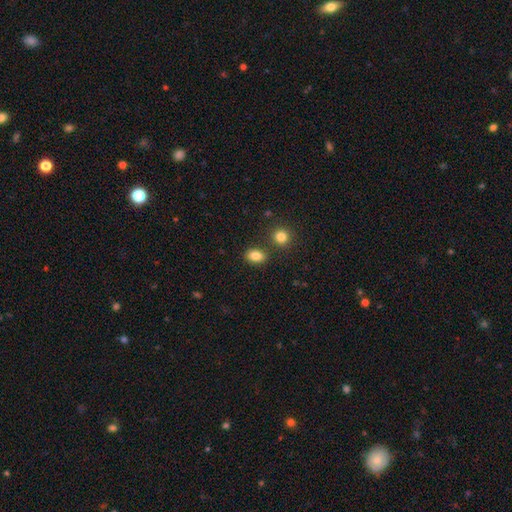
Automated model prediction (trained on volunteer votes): Smooth or featured: smooth — 85% (star or artifact — 10%)
How rounded: in between — 76% (round — 23%)
Merging: none — 78% (minor disturbance — 10%)